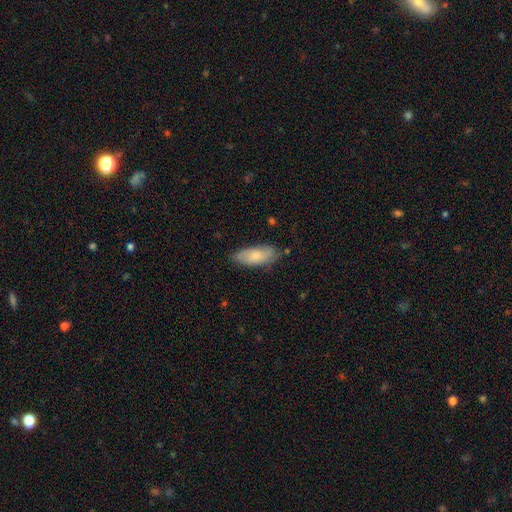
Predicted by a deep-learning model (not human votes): Smooth or featured? Predicted: smooth (p=0.73). How rounded? Predicted: in between (p=0.78). Merging? Predicted: none (p=0.75).